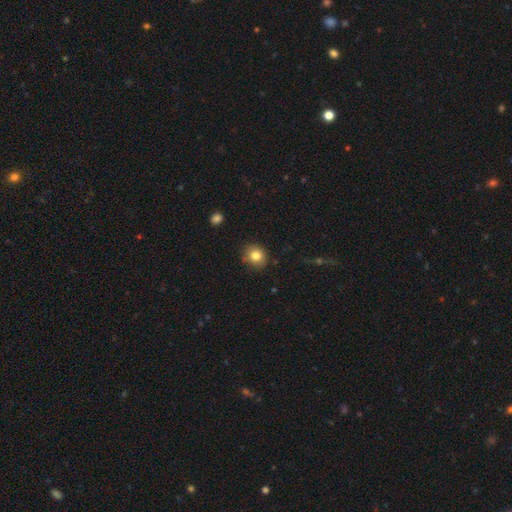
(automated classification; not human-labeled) The model was most divided on "how rounded": round: 81%, in between: 18%, cigar-shaped: 1%. More confident: merging — none (84%); smooth or featured — smooth (81%).